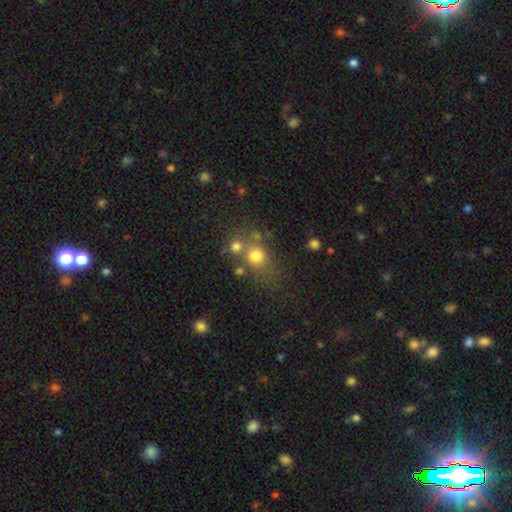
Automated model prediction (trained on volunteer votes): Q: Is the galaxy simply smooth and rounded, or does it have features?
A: smooth — 72%.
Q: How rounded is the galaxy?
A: round — 73%.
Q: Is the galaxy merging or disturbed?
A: none — 52%.